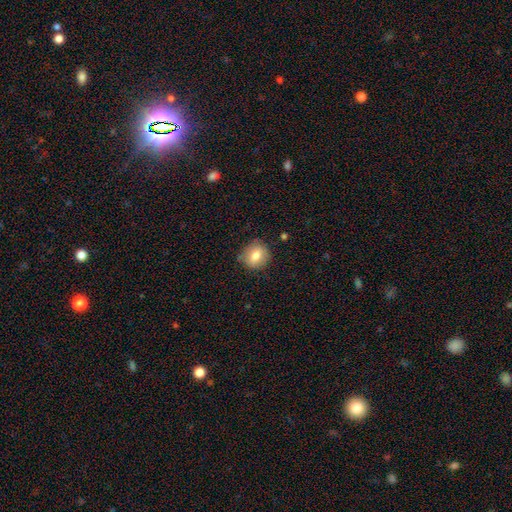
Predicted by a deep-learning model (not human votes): Overall: smooth (75%). How rounded: round (73%). Merging: none (78%).